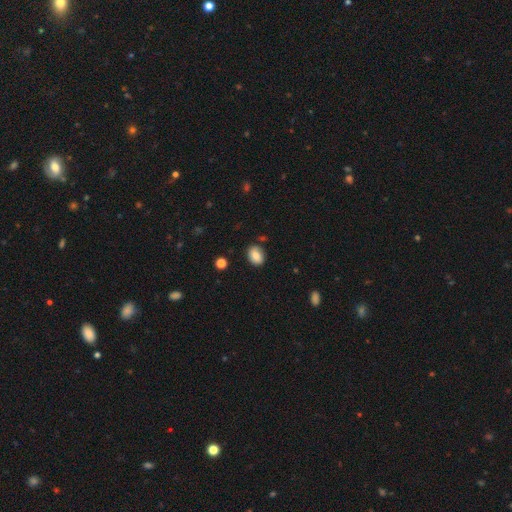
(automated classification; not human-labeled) A smooth galaxy with no disk features (82%) that is in between round and cigar-shaped (66%). Merging: none (83%).